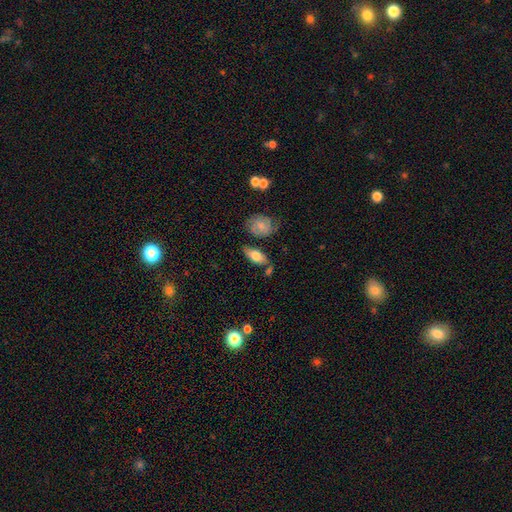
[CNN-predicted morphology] The model was most divided on "smooth or featured": smooth: 68%, featured or disk: 25%, star or artifact: 7%. More confident: how rounded — in between (80%); merging — none (64%).